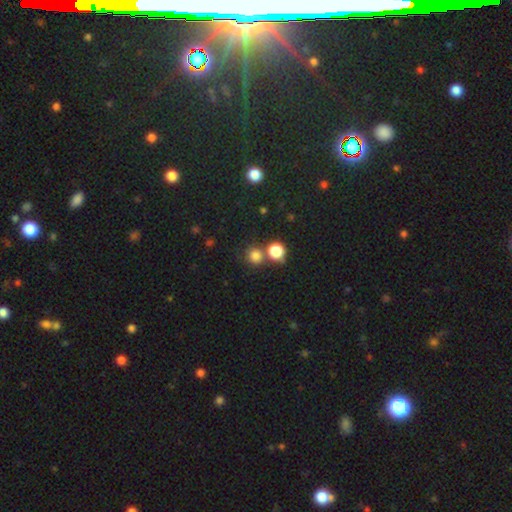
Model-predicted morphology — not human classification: The model was most divided on "merging": none: 66%, merger: 24%, minor disturbance: 7%, major disturbance: 3%. More confident: how rounded — round (90%); smooth or featured — smooth (79%).